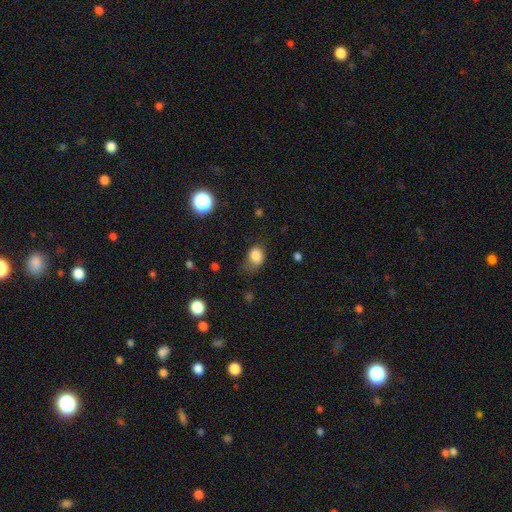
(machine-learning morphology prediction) smooth_or_featured: smooth (p=0.84) [alt: star or artifact p=0.11]
how_rounded: in between (p=0.55) [alt: round p=0.44]
merging: none (p=0.48) [alt: minor disturbance p=0.33]